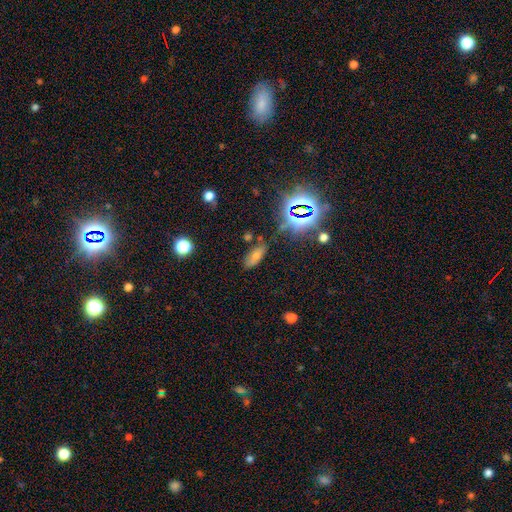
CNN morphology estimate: A smooth galaxy with no disk features (62%) that is in between round and cigar-shaped (80%).

Vote fractions:
- Smooth or featured? smooth: 62% / star or artifact: 23% / featured or disk: 15%
- How rounded? in between: 80% / cigar-shaped: 15% / round: 5%
- Merging? none: 77% / minor disturbance: 14% / merger: 4% / major disturbance: 4%